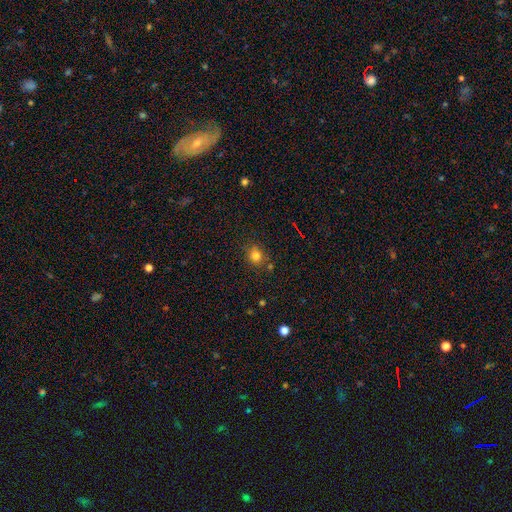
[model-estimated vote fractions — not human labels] Smooth or featured? smooth (79%)
How rounded? round (79%)
Merging? none (80%)